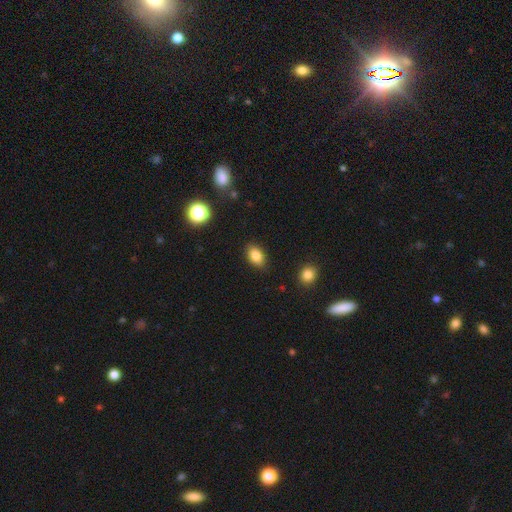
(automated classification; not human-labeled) Overall: smooth (84%). How rounded: in between (85%). Merging: none (87%).